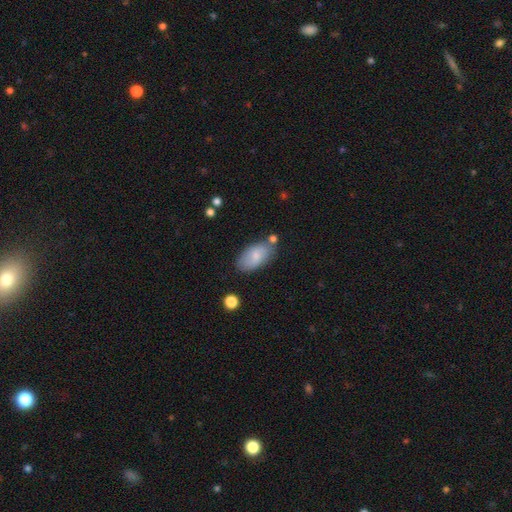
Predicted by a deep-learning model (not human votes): Morphology: type=smooth (70%); roundness=in between (93%); merging=none (71%).